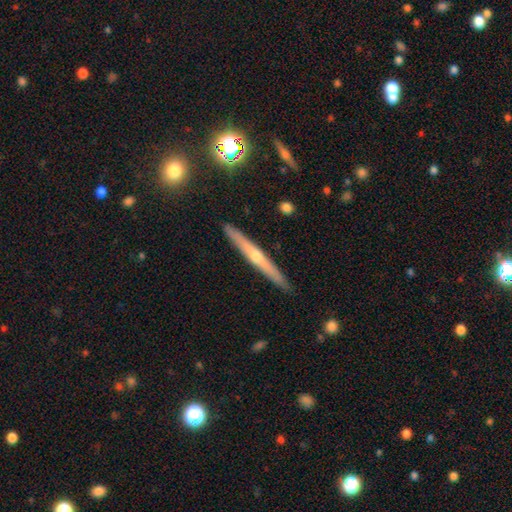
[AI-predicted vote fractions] featured or disk 70%, smooth 23%, star or artifact 7%. Down the decision tree: edge-on disk — yes (97%); edge-on bulge — rounded (76%); merging — none (91%).